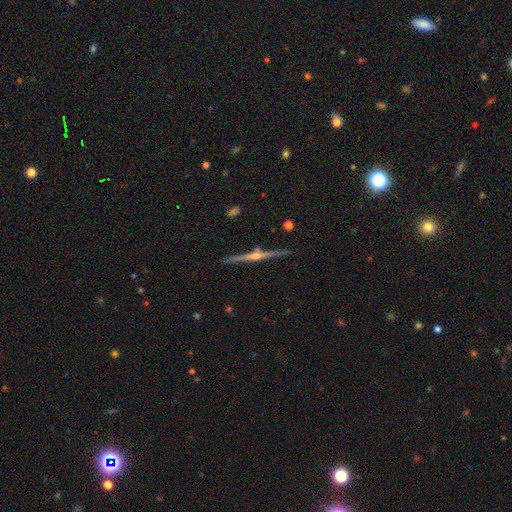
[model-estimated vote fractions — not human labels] smooth-or-featured: featured or disk: 87% | smooth: 8% | star or artifact: 6%
  disk-edge-on: yes: 99% | no: 1%
    edge-on-bulge: rounded: 90% | none: 5% | boxy: 5%
  merging: none: 92% | minor disturbance: 6% | merger: 1% | major disturbance: 1%